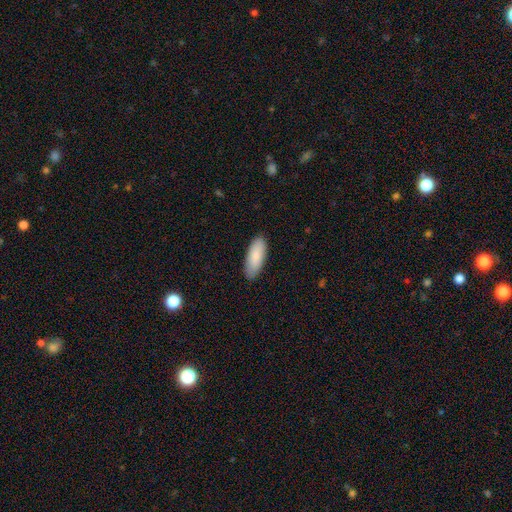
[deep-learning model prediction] smooth 88%, featured or disk 7%, star or artifact 5%. Down the decision tree: how rounded — in between (75%); merging — none (88%).